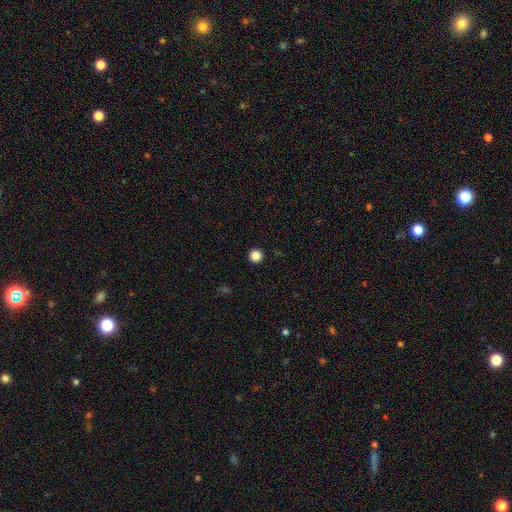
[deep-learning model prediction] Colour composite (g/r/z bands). It shows a smooth galaxy with no disk features (86%) that is round (97%). Merging: none (94%).